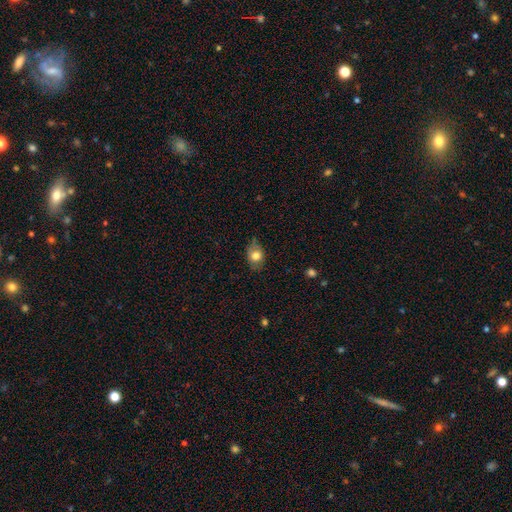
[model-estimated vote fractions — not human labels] smooth 76%, featured or disk 16%, star or artifact 8%. Down the decision tree: how rounded — in between (63%); merging — none (66%).